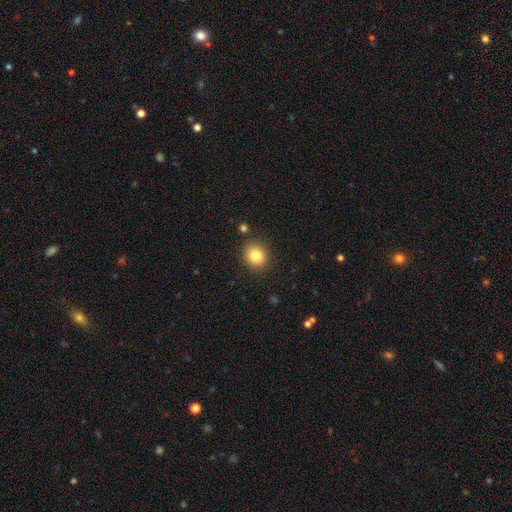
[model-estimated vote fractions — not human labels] Smooth or featured?
  - smooth: 82% *
  - star or artifact: 11%
  - featured or disk: 7%
How rounded?
  - round: 82% *
  - in between: 17%
  - cigar-shaped: 1%
Merging?
  - none: 88% *
  - minor disturbance: 7%
  - merger: 3%
  - major disturbance: 2%